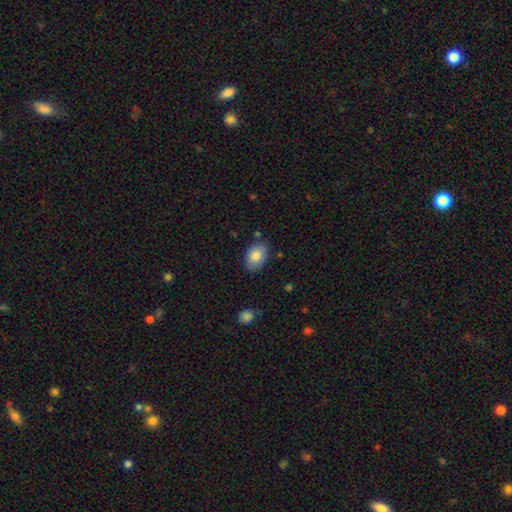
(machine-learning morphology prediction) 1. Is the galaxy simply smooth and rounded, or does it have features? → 84% smooth, 10% featured or disk, 7% star or artifact.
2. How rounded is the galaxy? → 87% in between, 12% round, 1% cigar-shaped.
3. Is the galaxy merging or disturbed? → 80% none, 15% minor disturbance, 3% major disturbance, 2% merger.